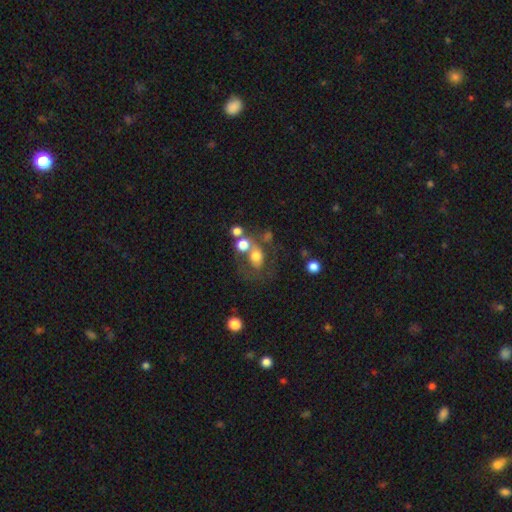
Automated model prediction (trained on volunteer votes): Morphology: type=smooth (67%); roundness=round (53%); merging=none (40%).